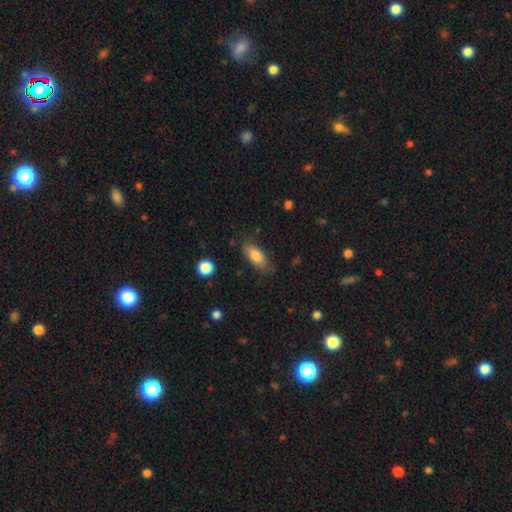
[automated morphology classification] A smooth galaxy with no disk features (81%) that is in between round and cigar-shaped (81%). Merging: none (77%).